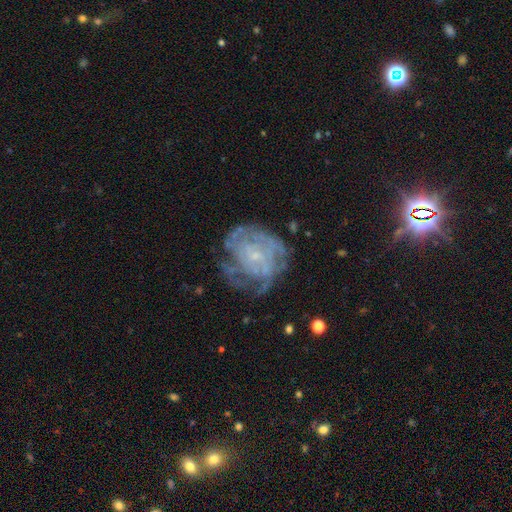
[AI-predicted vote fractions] featured or disk 75%, smooth 15%, star or artifact 10%. Down the decision tree: edge-on disk — no (97%); bar — no (73%); spiral arms — yes (76%); spiral arm count — can't tell (54%); spiral winding — tight (63%); bulge size — small (75%); merging — none (57%).